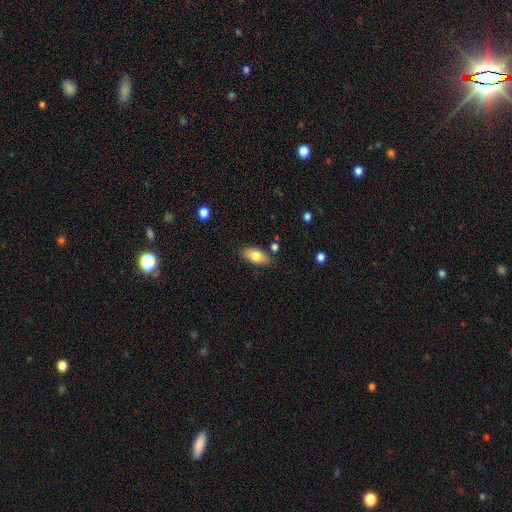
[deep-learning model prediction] This is likely a smooth galaxy (78%). How rounded: clearly in between (87%). Merging: clearly none (82%).